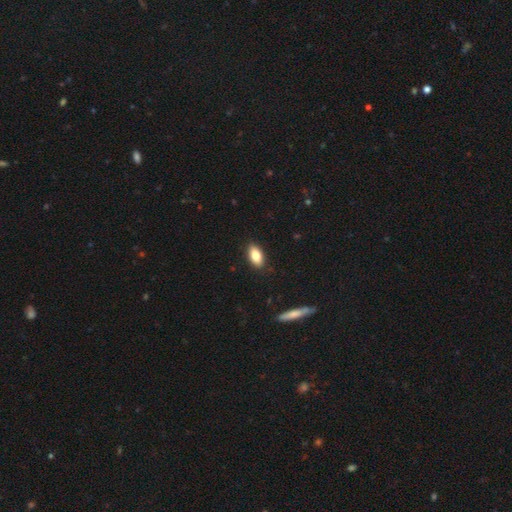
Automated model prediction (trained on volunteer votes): smooth_or_featured: smooth (p=0.82) [alt: featured or disk p=0.11]
how_rounded: in between (p=0.89) [alt: cigar-shaped p=0.07]
merging: none (p=0.88) [alt: minor disturbance p=0.09]